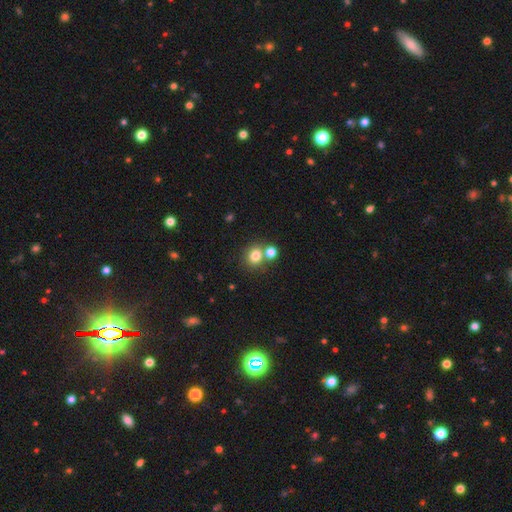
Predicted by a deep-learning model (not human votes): smooth-or-featured: smooth: 79% | star or artifact: 13% | featured or disk: 8%
  how-rounded: round: 79% | in between: 20% | cigar-shaped: 1%
  merging: none: 60% | merger: 29% | minor disturbance: 8% | major disturbance: 3%